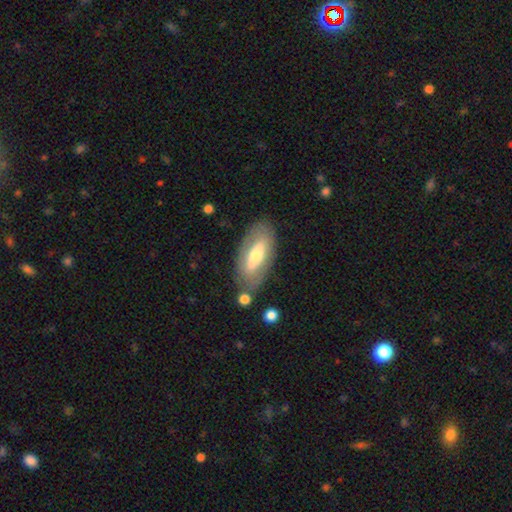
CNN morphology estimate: Smooth or featured? Predicted: smooth (p=0.47, tied with featured or disk). Merging? Predicted: none (p=0.75).